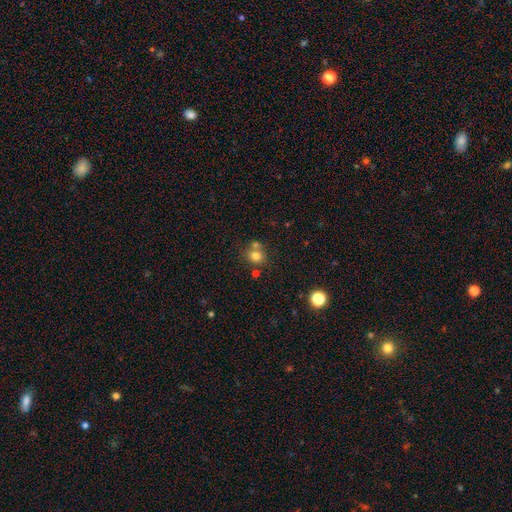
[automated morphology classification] This appears to be a smooth galaxy with no disk features (77%) that is round (79%). Merging: none (57%).